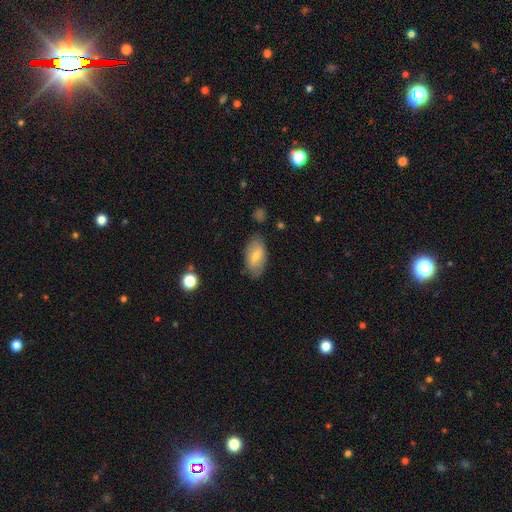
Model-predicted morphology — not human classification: A smooth galaxy with no disk features (64%) that is in between round and cigar-shaped (91%). Merging: none (80%).